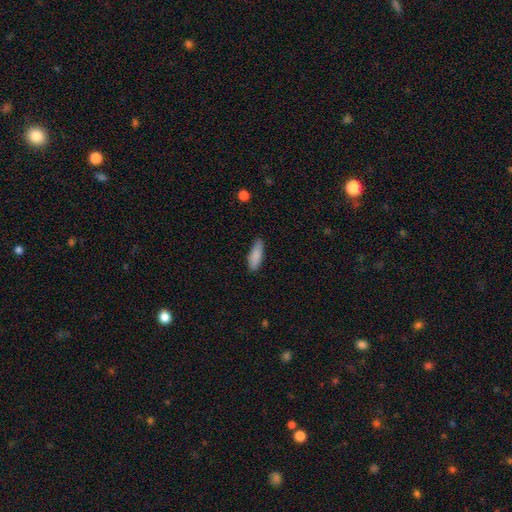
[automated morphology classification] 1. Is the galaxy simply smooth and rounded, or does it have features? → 87% smooth, 7% featured or disk, 6% star or artifact.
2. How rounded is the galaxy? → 54% in between, 44% cigar-shaped, 2% round.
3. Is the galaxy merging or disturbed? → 82% none, 14% minor disturbance, 2% major disturbance, 1% merger.